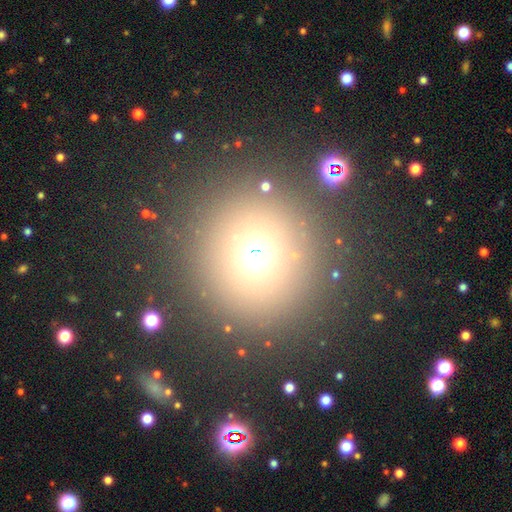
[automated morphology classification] This is possibly a smooth galaxy (54%). How rounded: clearly round (93%). Merging: clearly none (86%).